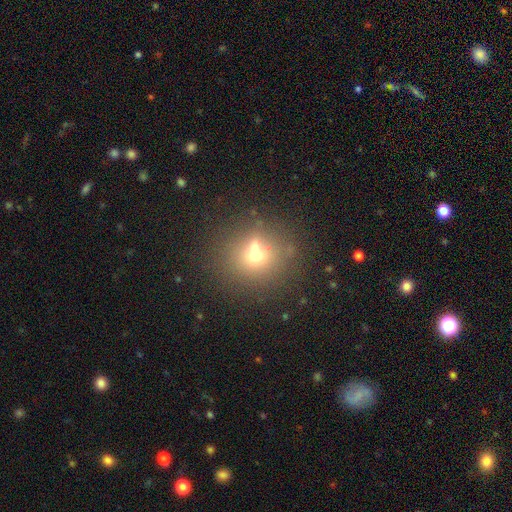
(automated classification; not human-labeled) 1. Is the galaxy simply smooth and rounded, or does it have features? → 61% smooth, 21% featured or disk, 18% star or artifact.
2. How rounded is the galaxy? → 85% round, 14% in between, 1% cigar-shaped.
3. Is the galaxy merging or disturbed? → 51% none, 36% merger, 8% minor disturbance, 4% major disturbance.